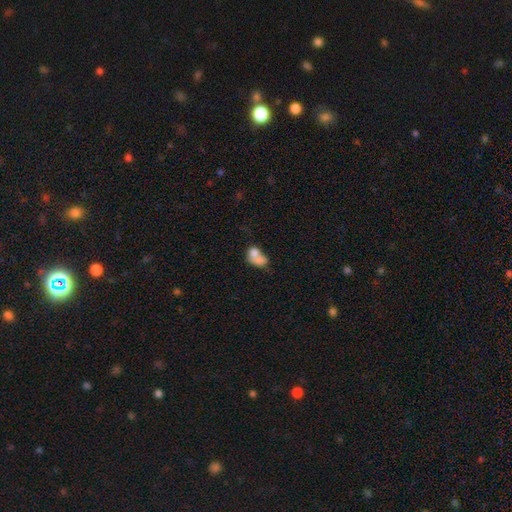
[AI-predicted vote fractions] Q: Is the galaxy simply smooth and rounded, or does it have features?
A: smooth — 71%.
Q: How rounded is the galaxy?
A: in between — 67%.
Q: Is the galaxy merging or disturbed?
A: merger — 60%.